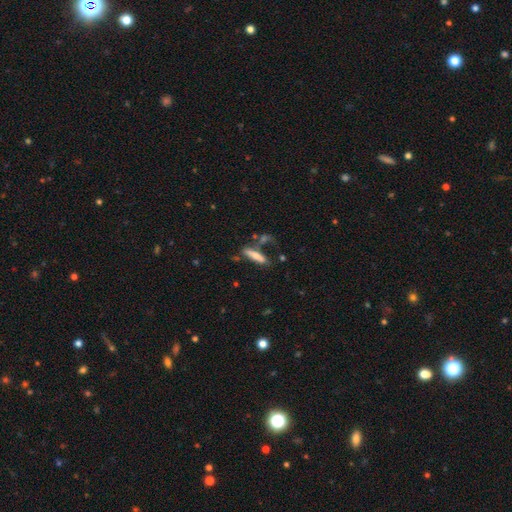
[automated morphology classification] Smooth or featured?
  - smooth: 61% *
  - featured or disk: 31%
  - star or artifact: 8%
How rounded?
  - cigar-shaped: 75% *
  - in between: 23%
  - round: 2%
Merging?
  - none: 57% *
  - minor disturbance: 19%
  - merger: 14%
  - major disturbance: 11%